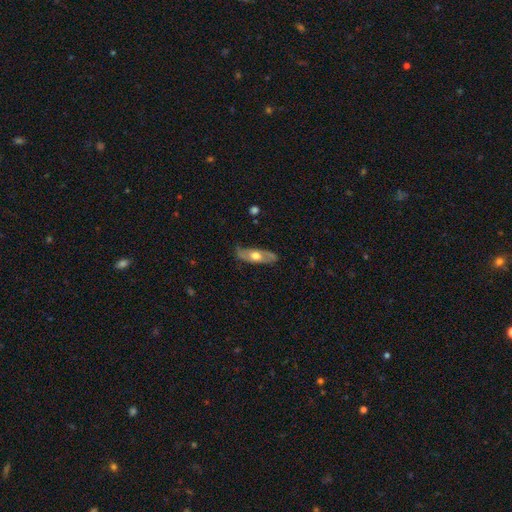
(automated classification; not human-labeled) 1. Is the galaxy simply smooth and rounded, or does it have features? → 55% featured or disk, 40% smooth, 6% star or artifact.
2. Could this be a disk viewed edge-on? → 63% no, 37% yes.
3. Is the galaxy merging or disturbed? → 78% none, 17% minor disturbance, 4% major disturbance, 1% merger.